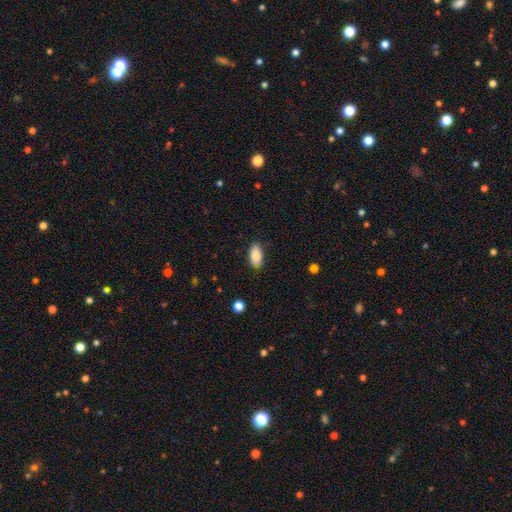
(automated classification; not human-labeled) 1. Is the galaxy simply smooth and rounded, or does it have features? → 85% smooth, 8% featured or disk, 7% star or artifact.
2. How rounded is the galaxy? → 91% in between, 5% cigar-shaped, 3% round.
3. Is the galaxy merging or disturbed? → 82% none, 14% minor disturbance, 2% major disturbance, 1% merger.